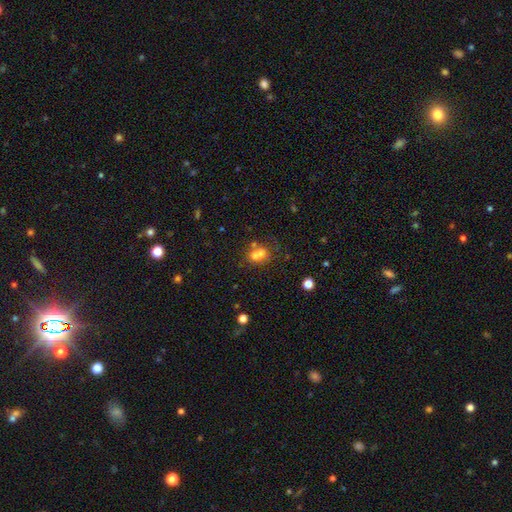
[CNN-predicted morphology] The model was most divided on "how rounded": round: 51%, in between: 47%, cigar-shaped: 2%. More confident: smooth or featured — smooth (64%); merging — merger (55%).